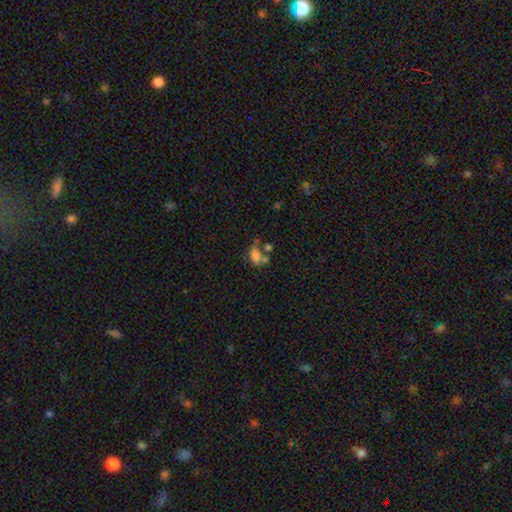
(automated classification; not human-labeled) Smooth or featured? Predicted: smooth (p=0.76). How rounded? Predicted: in between (p=0.84). Merging? Predicted: none (p=0.39).